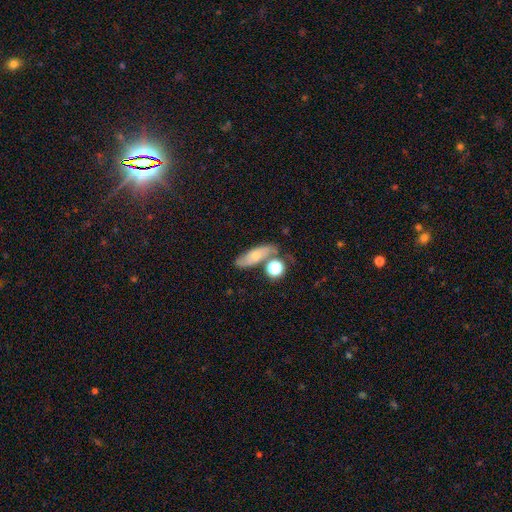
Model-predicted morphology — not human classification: This is possibly a smooth galaxy (56%). How rounded: possibly in between (55%). Merging: likely none (61%).